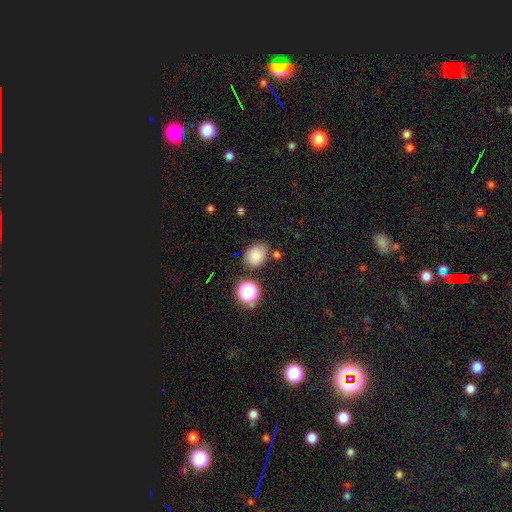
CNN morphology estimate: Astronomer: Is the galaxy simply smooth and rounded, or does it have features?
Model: smooth — 81%.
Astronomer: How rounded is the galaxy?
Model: in between — 57% (runner-up: round, 42%).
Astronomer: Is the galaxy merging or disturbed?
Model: none — 71%.